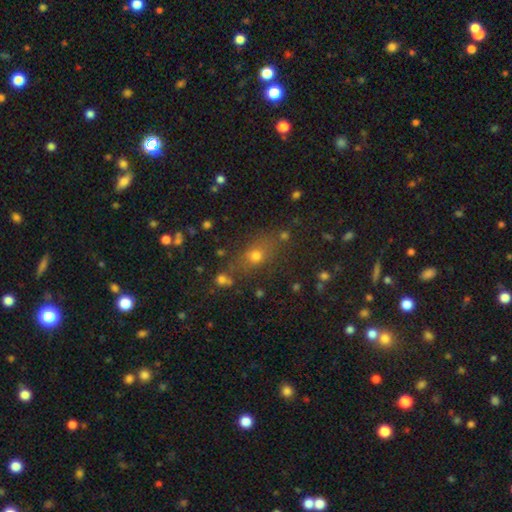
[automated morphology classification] Smooth or featured?
  - smooth: 65% *
  - star or artifact: 24%
  - featured or disk: 12%
How rounded?
  - in between: 50% *
  - round: 45%
  - cigar-shaped: 5%
Merging?
  - none: 70% *
  - minor disturbance: 15%
  - merger: 9%
  - major disturbance: 6%